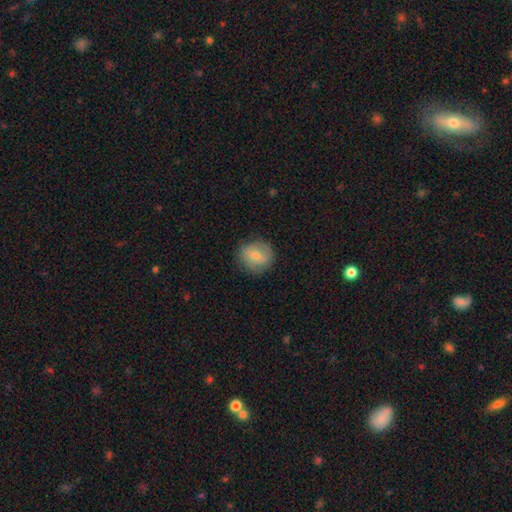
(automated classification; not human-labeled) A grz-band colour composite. It shows a smooth galaxy with no disk features (73%) that is round (82%). Merging: none (81%).